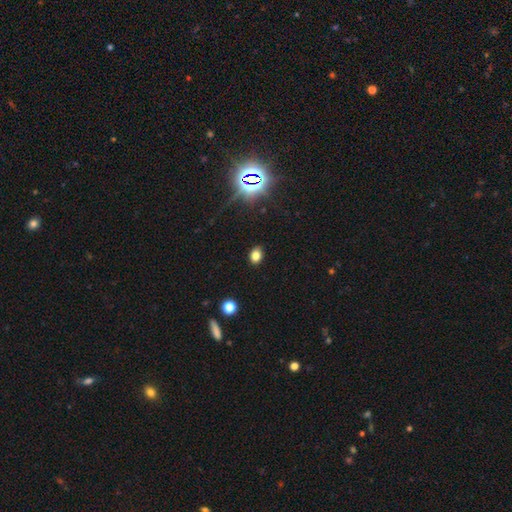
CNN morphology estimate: smooth 77%, star or artifact 16%, featured or disk 6%. Down the decision tree: how rounded — in between (69%); merging — none (87%).